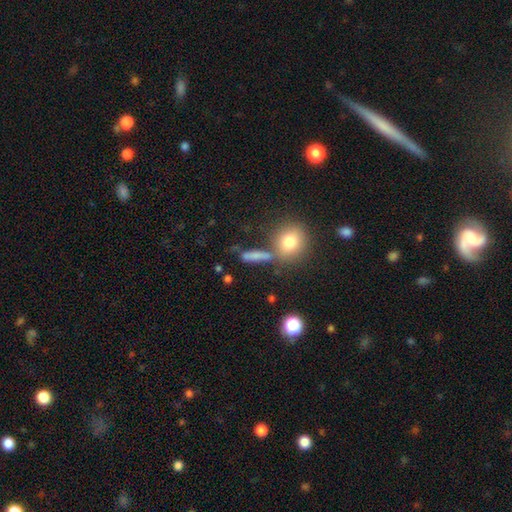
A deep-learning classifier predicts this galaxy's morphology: The model was most divided on "how rounded": cigar-shaped: 52%, in between: 30%, round: 19%. More confident: smooth or featured — smooth (71%); merging — none (62%).